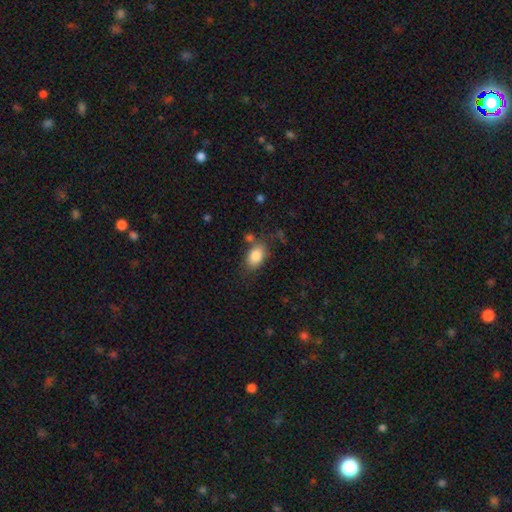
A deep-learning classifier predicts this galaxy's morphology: smooth 85%, star or artifact 8%, featured or disk 8%. Down the decision tree: how rounded — in between (87%); merging — none (71%).